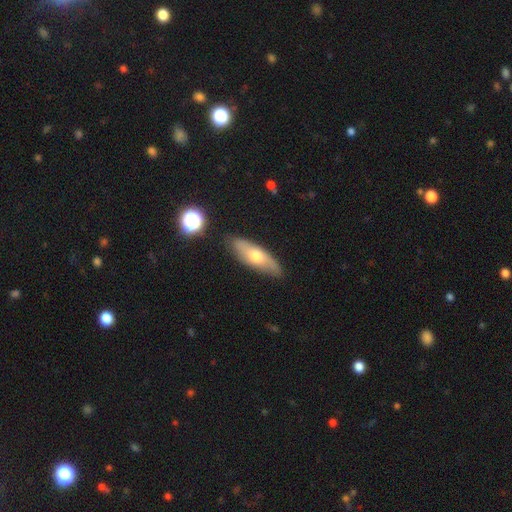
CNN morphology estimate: This is possibly a smooth galaxy (53%). How rounded: possibly in between (54%). Merging: clearly none (81%).